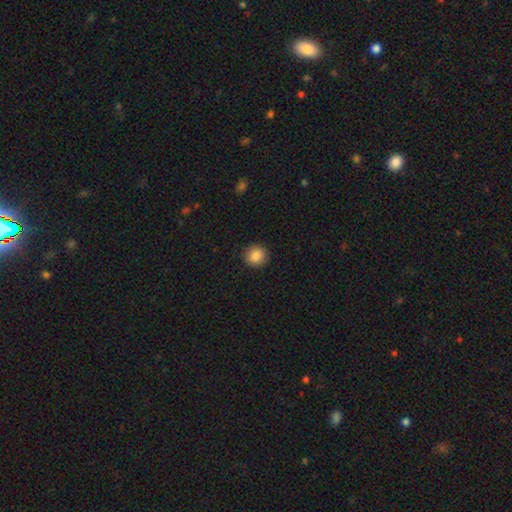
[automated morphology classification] The model was most divided on "smooth or featured": smooth: 87%, star or artifact: 9%, featured or disk: 4%. More confident: merging — none (92%); how rounded — round (91%).